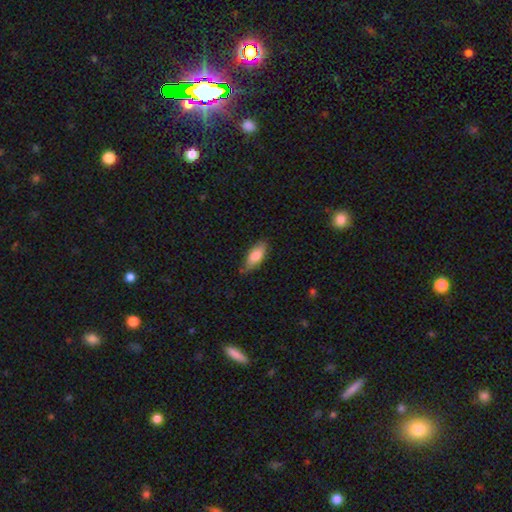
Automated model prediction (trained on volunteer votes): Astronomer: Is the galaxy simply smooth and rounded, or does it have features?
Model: smooth — 81%.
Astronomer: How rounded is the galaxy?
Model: in between — 79%.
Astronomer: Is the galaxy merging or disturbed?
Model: none — 72%.